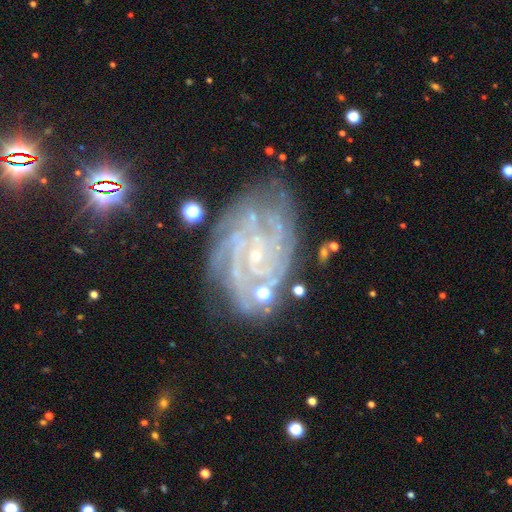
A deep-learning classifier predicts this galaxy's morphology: This is clearly a featured or disk galaxy (88%). It is clearly not viewed edge-on (97%). Bar: likely no (65%). Spiral arm pattern: clearly yes (98%). Spiral arm count: marginally 4 (25%). Spiral winding: likely tight (73%). Central bulge: clearly small (86%). Merging: likely none (69%).